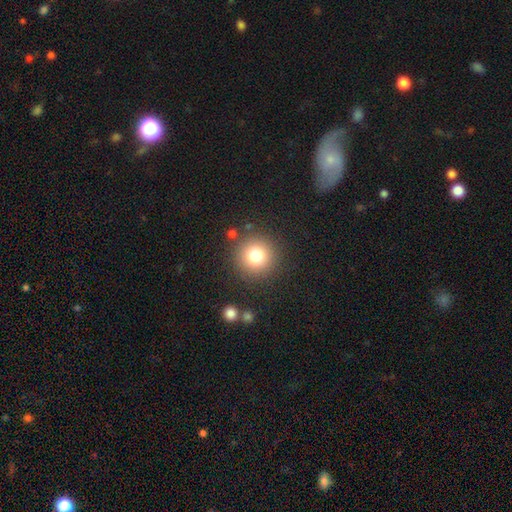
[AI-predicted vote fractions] Smooth or featured? smooth (79%)
How rounded? round (95%)
Merging? none (87%)